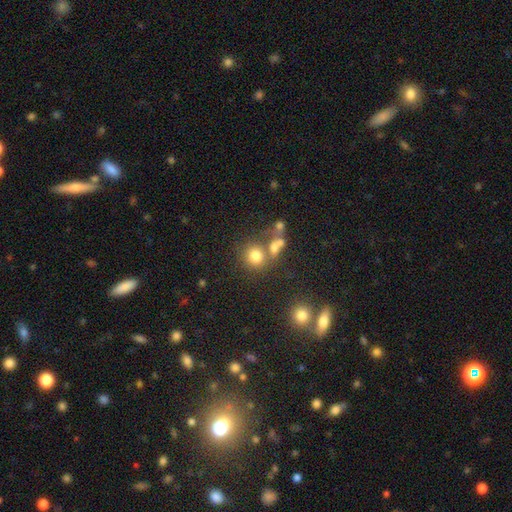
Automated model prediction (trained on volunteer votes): Smooth or featured: smooth — 74% (star or artifact — 15%)
How rounded: round — 84% (in between — 15%)
Merging: none — 57% (merger — 26%)